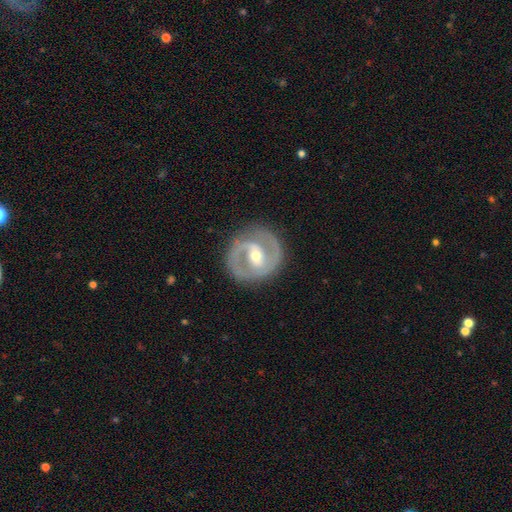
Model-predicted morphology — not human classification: Smooth or featured?
  - featured or disk: 86% *
  - smooth: 9%
  - star or artifact: 4%
Edge-on disk?
  - no: 97% *
  - yes: 3%
Bar?
  - weak: 41% *
  - strong: 37%
  - no: 22%
Spiral arms?
  - yes: 90% *
  - no: 10%
Spiral winding?
  - medium: 46% *
  - tight: 43%
  - loose: 11%
Spiral arm count?
  - 2: 89% *
  - can't tell: 5%
  - 1: 3%
  - 3: 2%
  - 4: 1%
  - more than 4: 1%
Bulge size?
  - moderate: 57% *
  - small: 39%
  - large: 2%
  - none: 1%
  - dominant: 1%
Merging?
  - none: 85% *
  - minor disturbance: 10%
  - major disturbance: 4%
  - merger: 1%